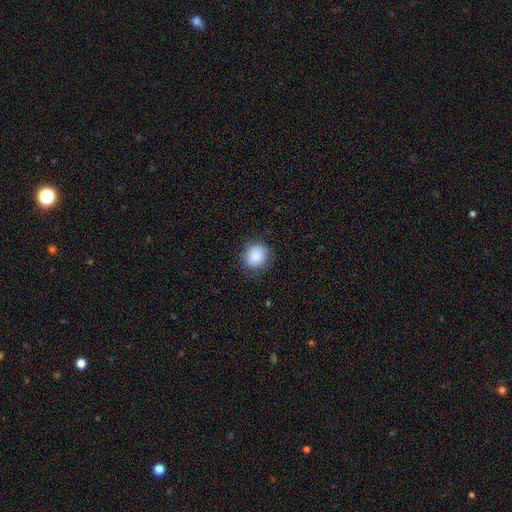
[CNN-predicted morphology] Q: Smooth or featured?
A: smooth (87%); runner-up: star or artifact (8%)
Q: How rounded?
A: round (79%); runner-up: in between (20%)
Q: Merging?
A: none (83%); runner-up: minor disturbance (13%)